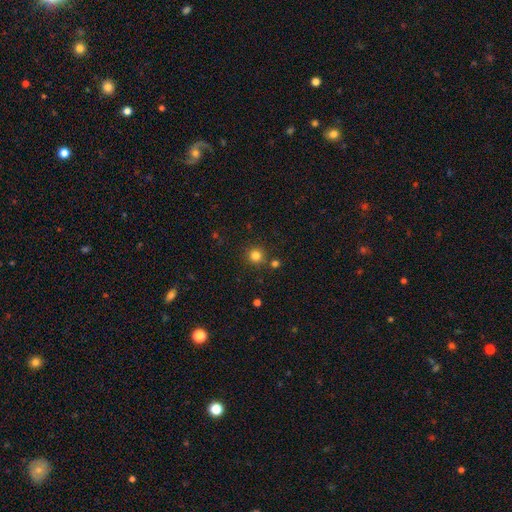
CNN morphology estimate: This is clearly a smooth galaxy (81%). How rounded: clearly round (94%). Merging: clearly none (84%).